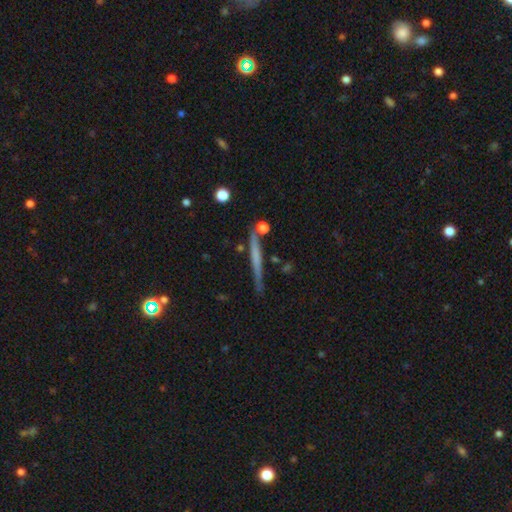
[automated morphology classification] featured or disk 50%, smooth 43%, star or artifact 7%. Down the decision tree: edge-on disk — yes (97%); merging — none (84%).